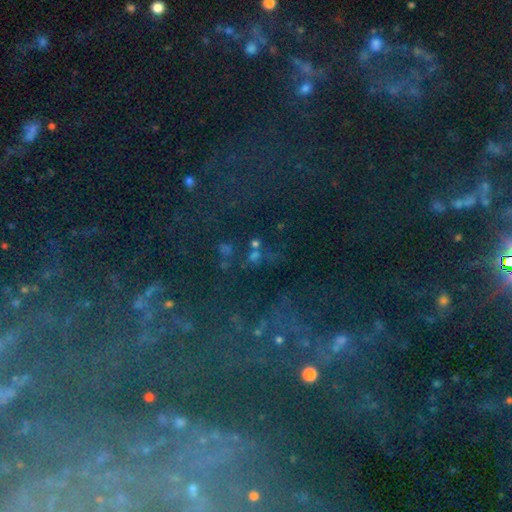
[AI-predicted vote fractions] Morphology: type=star or artifact (69%).